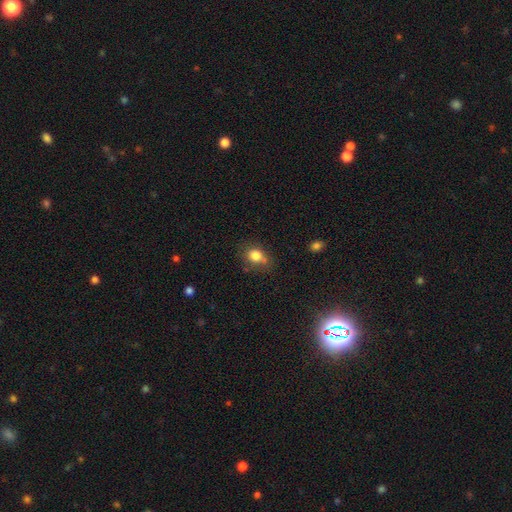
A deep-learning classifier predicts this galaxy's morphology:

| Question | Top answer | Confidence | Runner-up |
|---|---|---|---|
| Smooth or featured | smooth | 81% | star or artifact (11%) |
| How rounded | round | 55% | in between (44%) |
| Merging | none | 57% | minor disturbance (27%) |